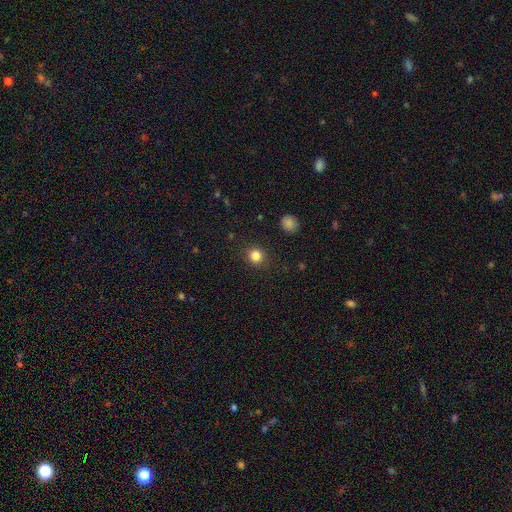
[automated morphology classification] Overall: smooth (84%). How rounded: round (84%). Merging: none (89%).